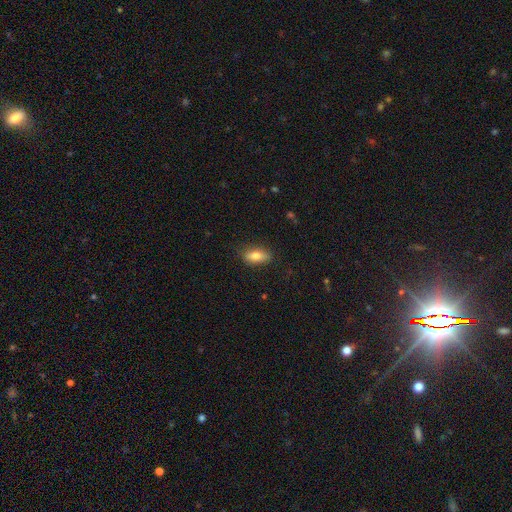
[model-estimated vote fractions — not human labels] This is likely a smooth galaxy (79%). How rounded: clearly in between (82%). Merging: clearly none (83%).